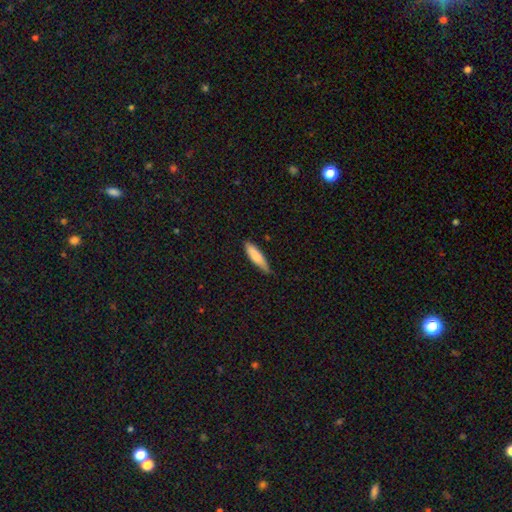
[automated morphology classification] Smooth or featured: smooth — 82% (featured or disk — 12%)
How rounded: cigar-shaped — 72% (in between — 27%)
Merging: none — 71% (minor disturbance — 24%)